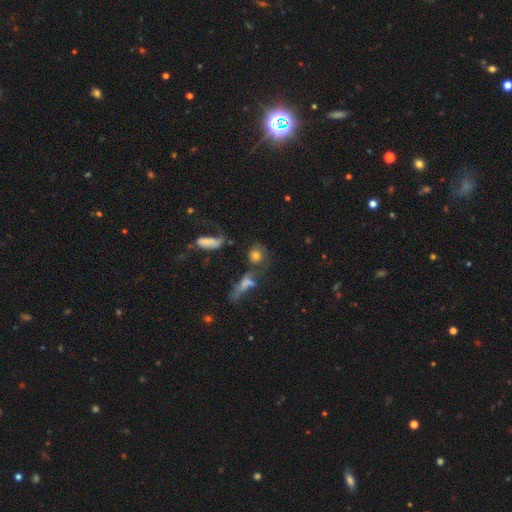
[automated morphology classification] Smooth or featured? Predicted: smooth (p=0.63). How rounded? Predicted: round (p=0.58). Merging? Predicted: none (p=0.34).